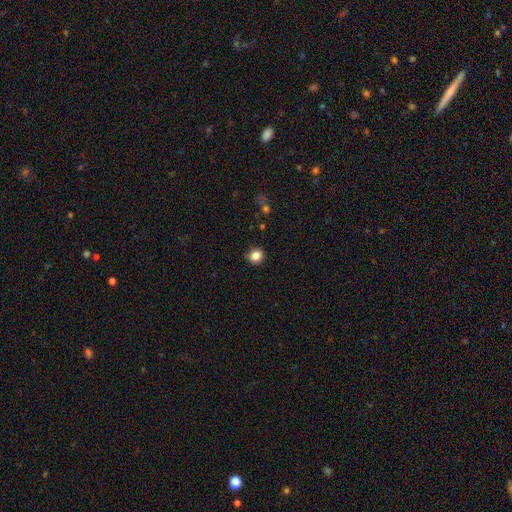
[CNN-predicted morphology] A smooth galaxy with no disk features (84%) that is round (87%). Merging: none (90%).